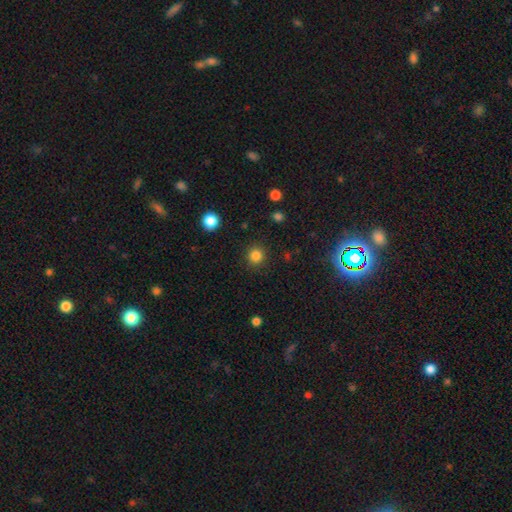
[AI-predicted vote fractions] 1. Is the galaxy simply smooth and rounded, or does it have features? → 83% smooth, 13% star or artifact, 4% featured or disk.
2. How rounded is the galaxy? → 93% round, 6% in between, 1% cigar-shaped.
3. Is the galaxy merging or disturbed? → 90% none, 6% minor disturbance, 3% major disturbance, 1% merger.